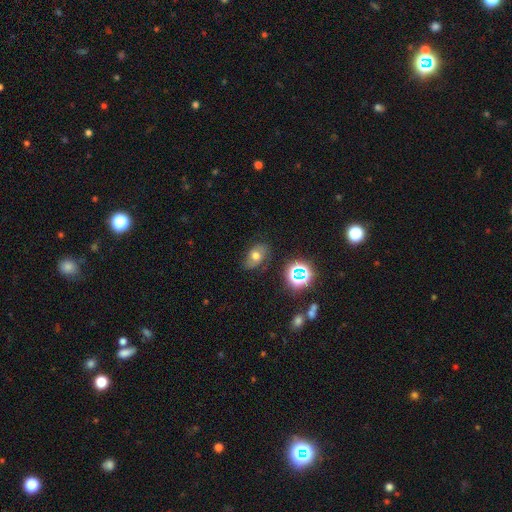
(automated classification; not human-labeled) Smooth or featured: smooth — 51% (featured or disk — 30%)
How rounded: in between — 81% (round — 17%)
Merging: none — 75% (minor disturbance — 18%)